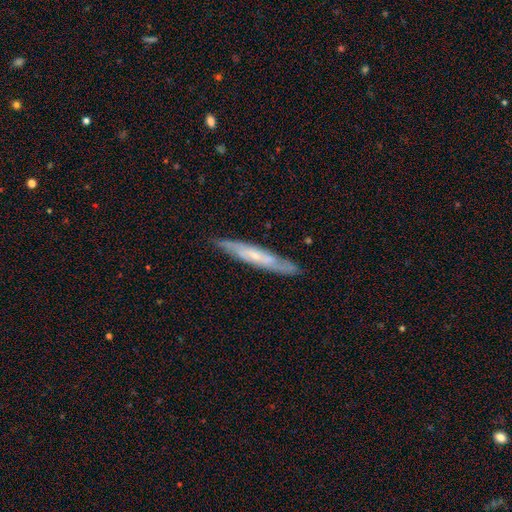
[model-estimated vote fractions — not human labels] smooth_or_featured: featured or disk (p=0.64) [alt: smooth p=0.30]
disk_edge_on: yes (p=0.65) [alt: no p=0.35]
merging: none (p=0.84) [alt: minor disturbance p=0.12]